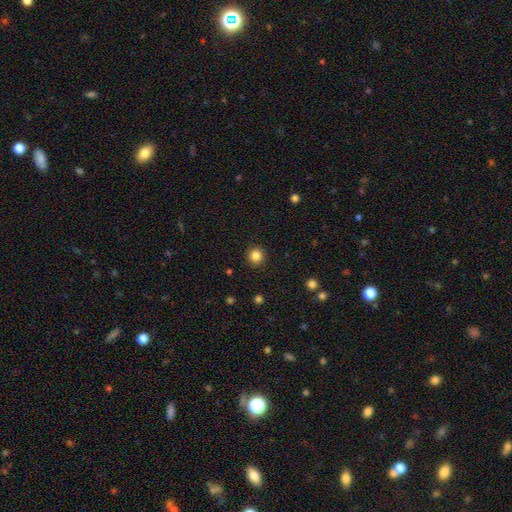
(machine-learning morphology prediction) smooth 84%, star or artifact 11%, featured or disk 4%. Down the decision tree: how rounded — round (94%); merging — none (92%).